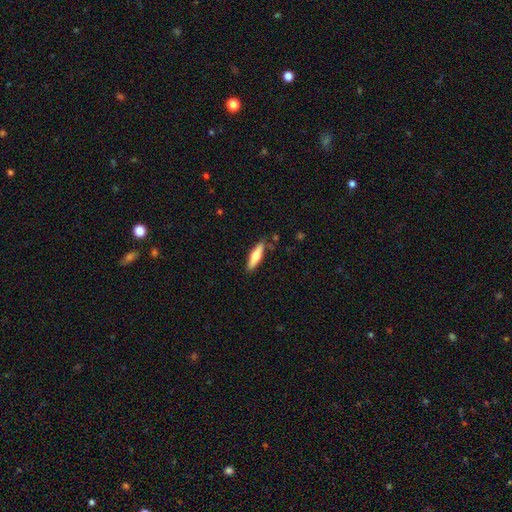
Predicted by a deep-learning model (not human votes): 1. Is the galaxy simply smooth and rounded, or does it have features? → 62% smooth, 33% featured or disk, 5% star or artifact.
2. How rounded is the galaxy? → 69% cigar-shaped, 29% in between, 2% round.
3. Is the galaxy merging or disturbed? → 84% none, 12% minor disturbance, 3% merger, 2% major disturbance.